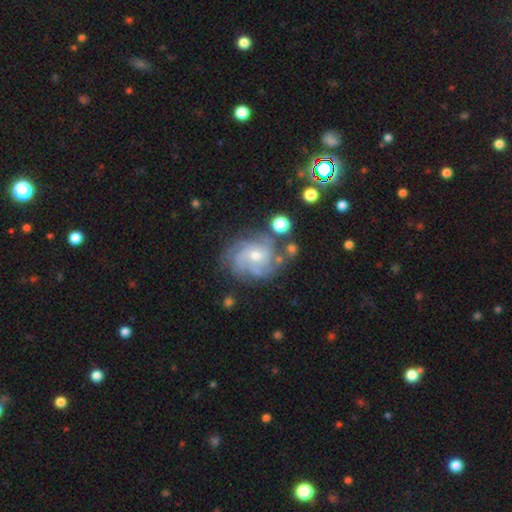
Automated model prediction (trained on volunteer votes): A featured or disk galaxy (81%) with no bar (68%), tight (58%) spiral arms (95%) and a small central bulge (52%). Merging: none (68%).